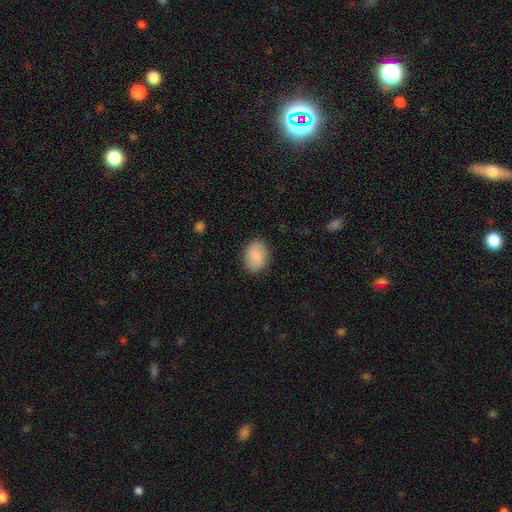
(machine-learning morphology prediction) A smooth galaxy with no disk features (88%) that is in between round and cigar-shaped (72%).

Vote fractions:
- Smooth or featured? smooth: 88% / star or artifact: 6% / featured or disk: 6%
- How rounded? in between: 72% / round: 27% / cigar-shaped: 1%
- Merging? none: 86% / minor disturbance: 10% / major disturbance: 3% / merger: 1%